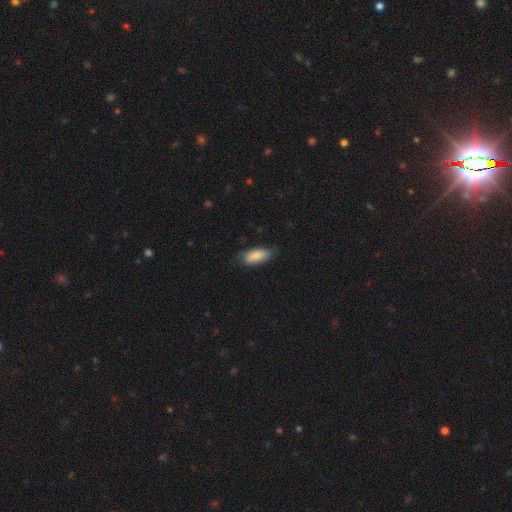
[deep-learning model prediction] Smooth or featured? Predicted: smooth (p=0.85). How rounded? Predicted: in between (p=0.81). Merging? Predicted: none (p=0.73).